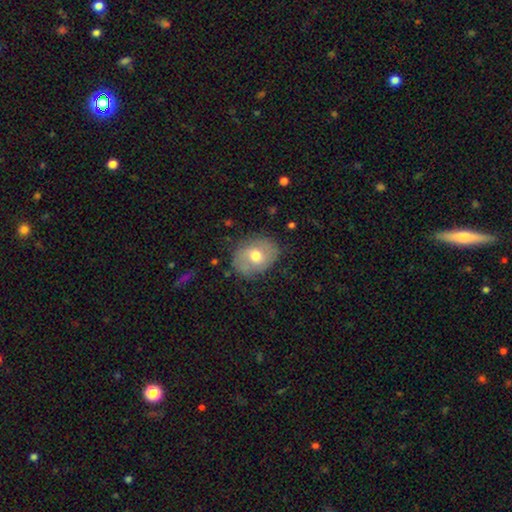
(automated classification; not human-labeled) The model was most divided on "how rounded": in between: 51%, round: 48%, cigar-shaped: 1%. More confident: merging — none (77%); smooth or featured — smooth (57%).